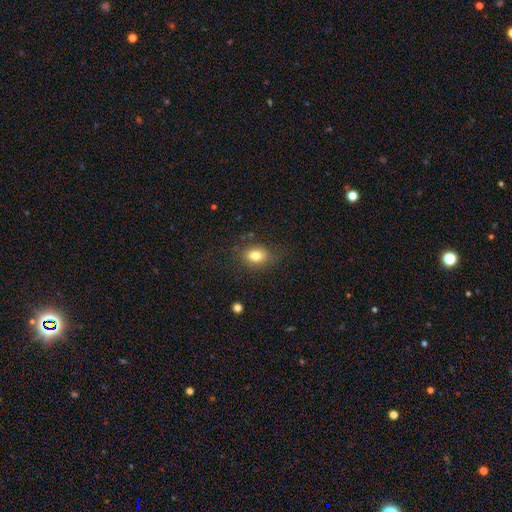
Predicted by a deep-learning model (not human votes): Smooth or featured? smooth (79%)
How rounded? in between (64%)
Merging? none (78%)